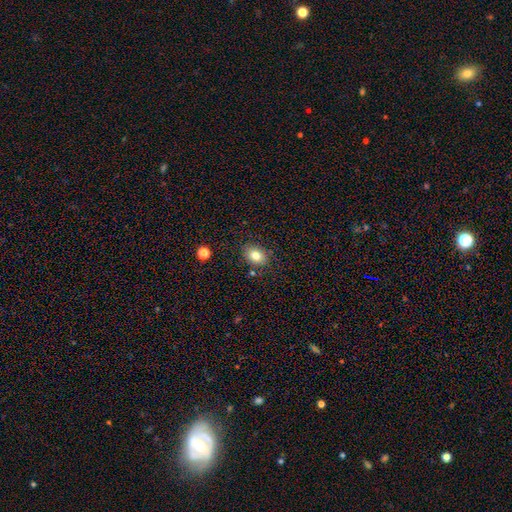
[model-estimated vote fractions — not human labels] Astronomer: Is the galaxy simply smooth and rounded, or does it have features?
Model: smooth — 81%.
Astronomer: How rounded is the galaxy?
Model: in between — 62% (runner-up: round, 37%).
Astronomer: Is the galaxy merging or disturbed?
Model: none — 82%.